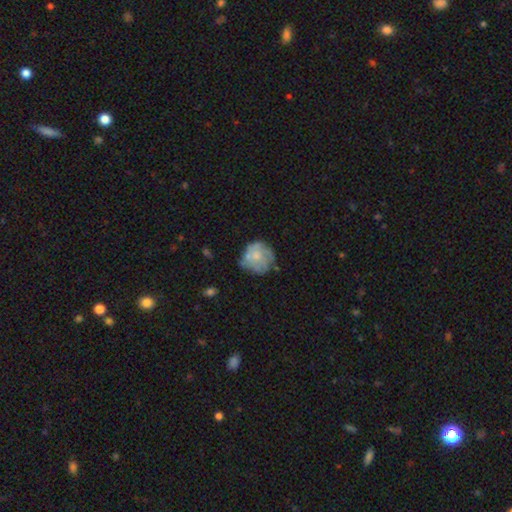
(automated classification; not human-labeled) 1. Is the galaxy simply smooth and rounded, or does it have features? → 47% smooth, 45% featured or disk, 8% star or artifact.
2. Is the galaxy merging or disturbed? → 60% none, 25% minor disturbance, 11% major disturbance, 5% merger.